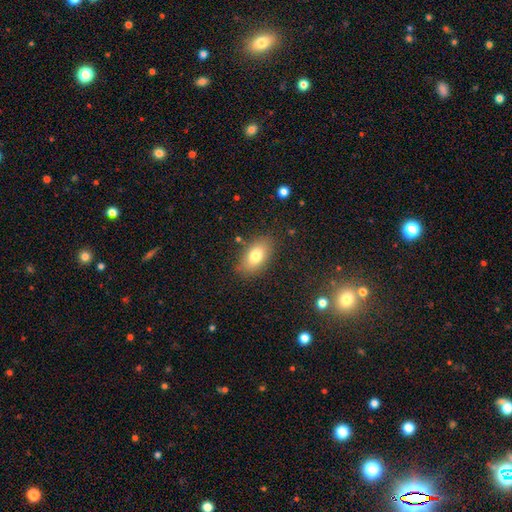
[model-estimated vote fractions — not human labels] This appears to be a smooth galaxy with no disk features (78%) that is in between round and cigar-shaped (90%). Merging: none (82%).